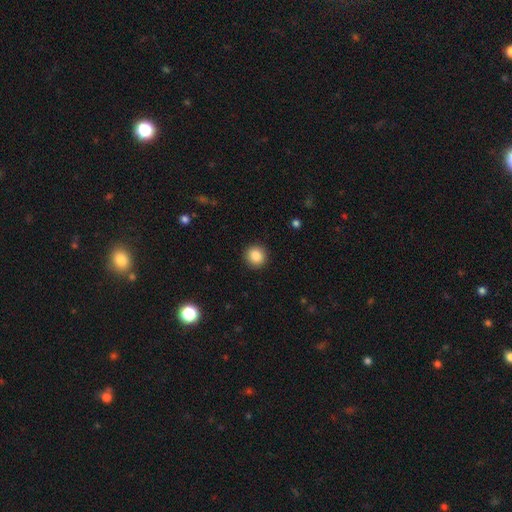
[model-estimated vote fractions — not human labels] Smooth or featured? Predicted: smooth (p=0.87). How rounded? Predicted: round (p=0.94). Merging? Predicted: none (p=0.91).